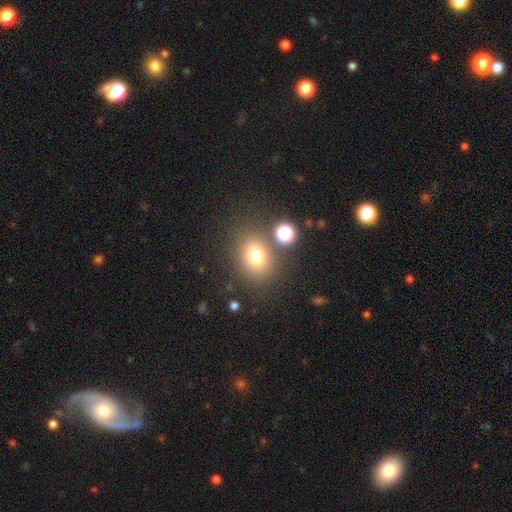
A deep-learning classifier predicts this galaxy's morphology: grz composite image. It shows a smooth galaxy with no disk features (74%) that is round (57%). Merging: none (76%).